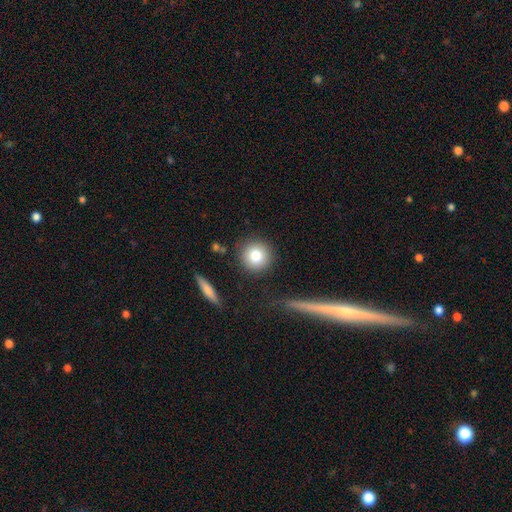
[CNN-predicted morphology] This appears to be a smooth galaxy with no disk features (80%) that is round (93%). Merging: none (87%).